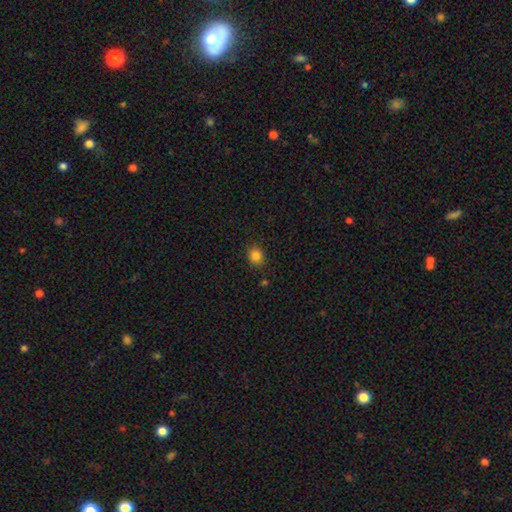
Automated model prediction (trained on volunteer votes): Overall: smooth (84%). How rounded: round (75%). Merging: none (85%).